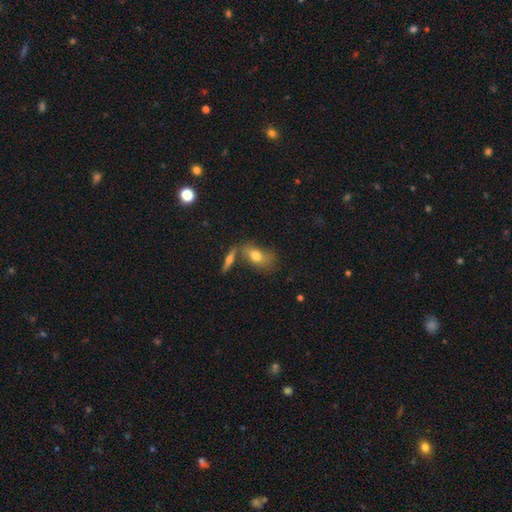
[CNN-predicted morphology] Smooth or featured?
  - smooth: 68% *
  - featured or disk: 24%
  - star or artifact: 8%
How rounded?
  - in between: 82% *
  - cigar-shaped: 10%
  - round: 8%
Merging?
  - none: 48% *
  - merger: 29%
  - minor disturbance: 16%
  - major disturbance: 7%